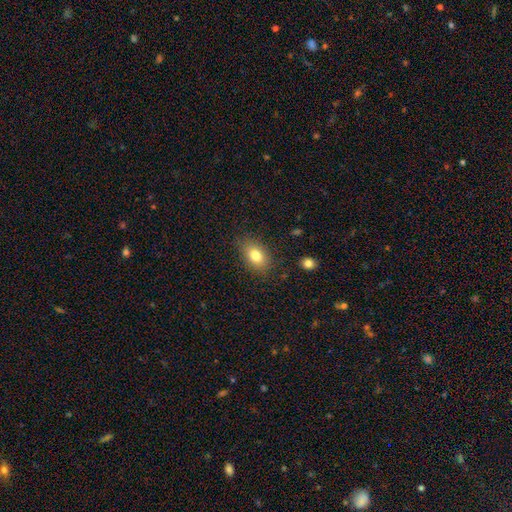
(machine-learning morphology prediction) The model was most divided on "how rounded": in between: 82%, round: 16%, cigar-shaped: 2%. More confident: merging — none (82%); smooth or featured — smooth (80%).